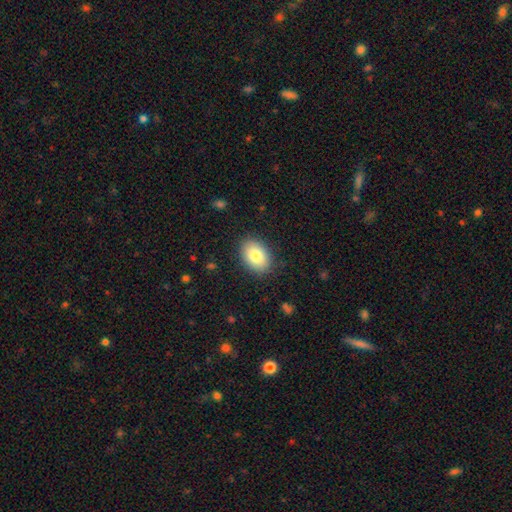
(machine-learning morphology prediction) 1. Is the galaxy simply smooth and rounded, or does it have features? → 84% smooth, 9% featured or disk, 7% star or artifact.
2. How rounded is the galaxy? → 84% in between, 15% round, 1% cigar-shaped.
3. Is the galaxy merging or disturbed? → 87% none, 10% minor disturbance, 3% major disturbance, 1% merger.